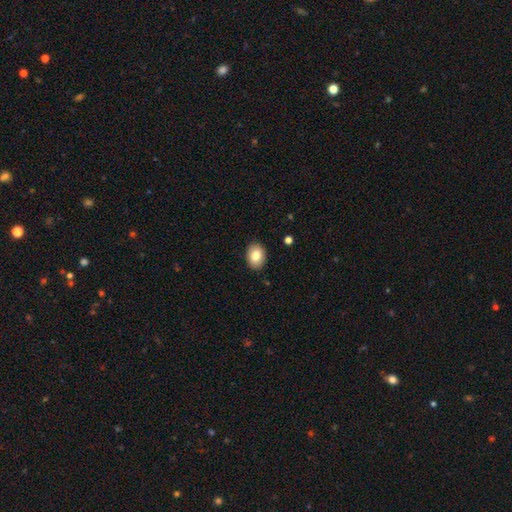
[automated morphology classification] This is clearly a smooth galaxy (81%). How rounded: likely in between (75%). Merging: clearly none (89%).